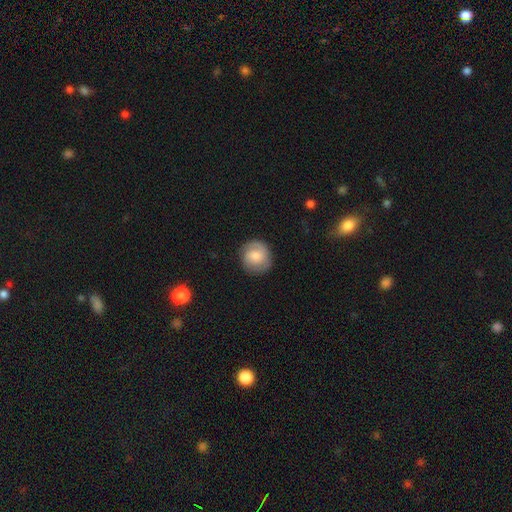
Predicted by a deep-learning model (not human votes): This appears to be a smooth galaxy with no disk features (52%) that is round (89%). Merging: none (83%).